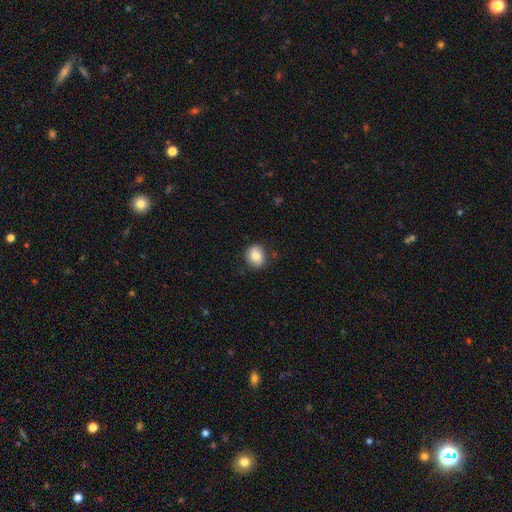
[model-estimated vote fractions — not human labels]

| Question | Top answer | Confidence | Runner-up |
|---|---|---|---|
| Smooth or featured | smooth | 79% | featured or disk (12%) |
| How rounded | round | 72% | in between (27%) |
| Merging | none | 83% | minor disturbance (12%) |